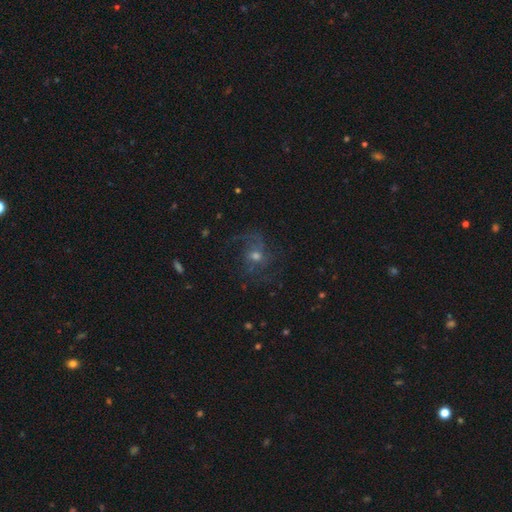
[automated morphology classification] Overall: featured or disk (59%; star or artifact 24%). Edge-on disk: no (97%). Bar: no (70%). Spiral arms: yes (88%). Bulge size: moderate (57%; small 31%). Merging: none (67%).